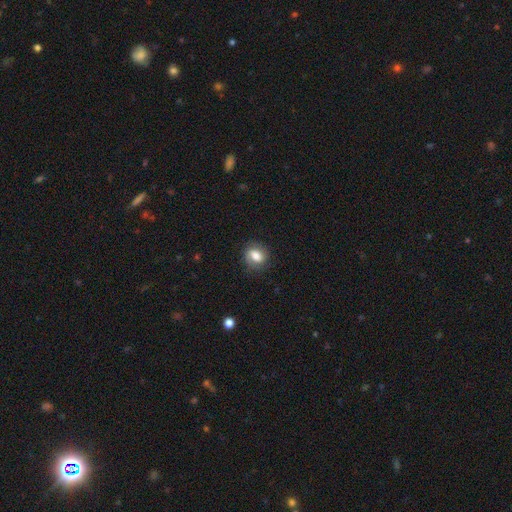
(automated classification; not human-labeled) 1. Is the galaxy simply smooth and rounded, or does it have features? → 65% smooth, 25% featured or disk, 9% star or artifact.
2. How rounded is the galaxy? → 51% in between, 48% round, 2% cigar-shaped.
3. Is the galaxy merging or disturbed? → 77% none, 16% minor disturbance, 6% major disturbance, 1% merger.